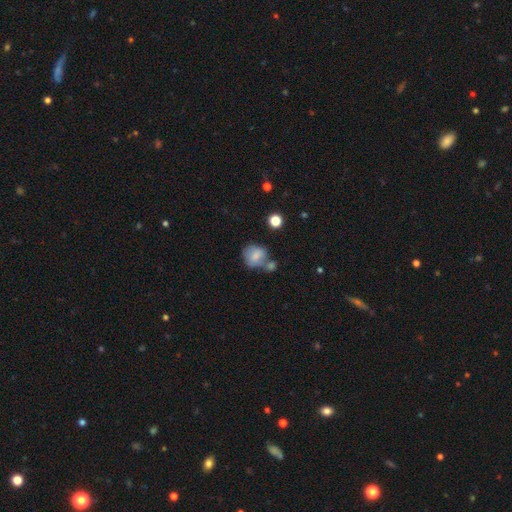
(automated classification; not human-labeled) smooth-or-featured: smooth: 76% | featured or disk: 14% | star or artifact: 9%
  how-rounded: round: 71% | in between: 27% | cigar-shaped: 1%
  merging: none: 42% | merger: 33% | minor disturbance: 17% | major disturbance: 8%